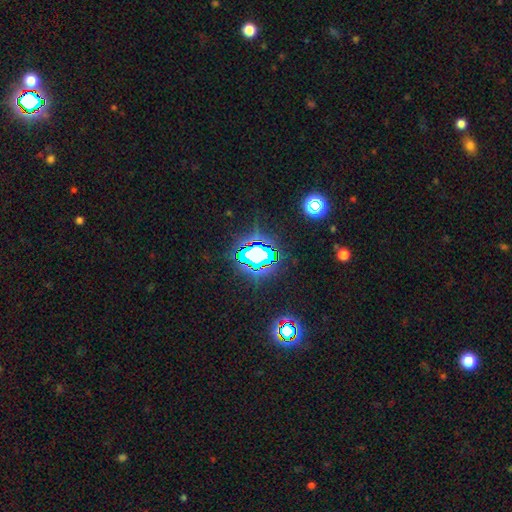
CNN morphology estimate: The model was most divided on "smooth or featured": star or artifact: 68%, smooth: 18%, featured or disk: 14%.